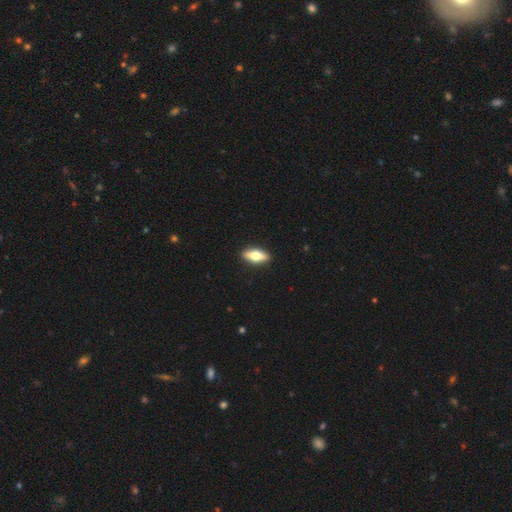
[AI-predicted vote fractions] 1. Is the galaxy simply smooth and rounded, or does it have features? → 53% smooth, 41% featured or disk, 6% star or artifact.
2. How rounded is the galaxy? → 70% in between, 26% cigar-shaped, 4% round.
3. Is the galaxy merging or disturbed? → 90% none, 7% minor disturbance, 2% major disturbance, 1% merger.